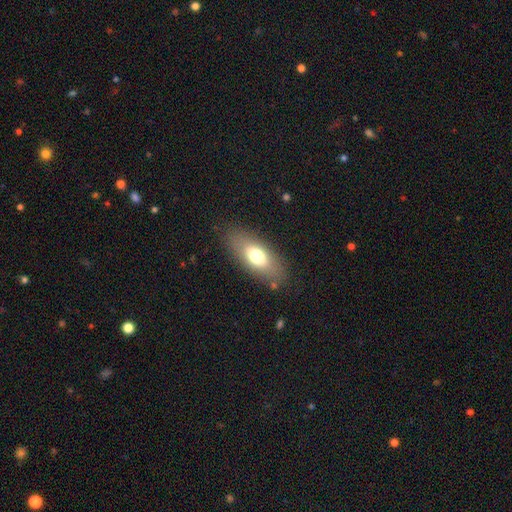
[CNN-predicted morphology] Smooth or featured: smooth — 69% (featured or disk — 24%)
How rounded: in between — 82% (cigar-shaped — 14%)
Merging: none — 83% (minor disturbance — 11%)